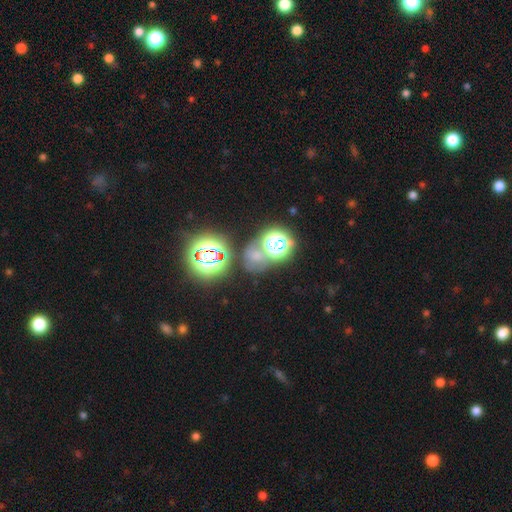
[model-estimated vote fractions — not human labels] Smooth or featured? star or artifact (50%)